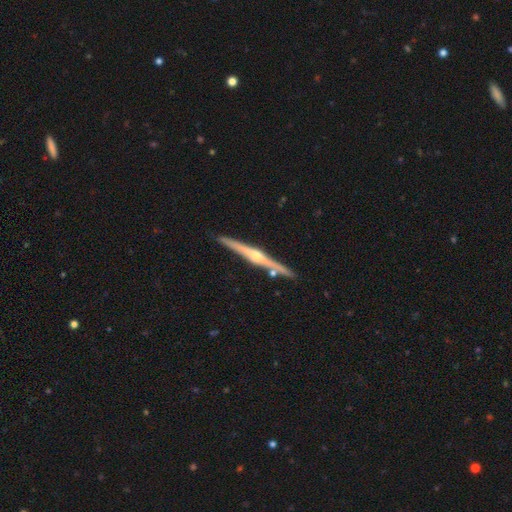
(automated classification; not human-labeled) Morphology: type=featured or disk (84%); edge-on=yes (98%); edge-on bulge=rounded (86%); merging=none (88%).